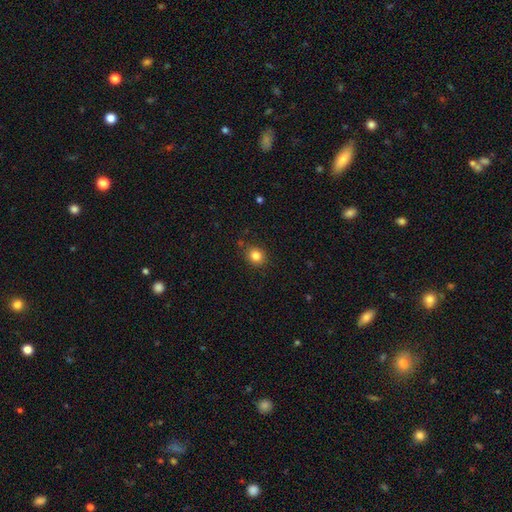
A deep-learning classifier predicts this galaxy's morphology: The model was most divided on "how rounded": round: 74%, in between: 25%, cigar-shaped: 1%. More confident: merging — none (85%); smooth or featured — smooth (83%).